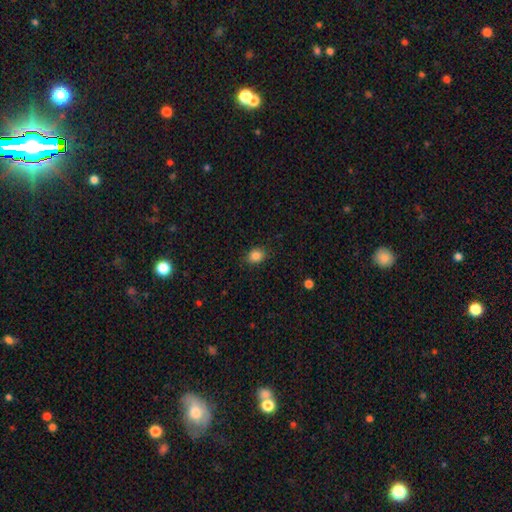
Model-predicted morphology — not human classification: smooth_or_featured: smooth (p=0.85) [alt: star or artifact p=0.10]
how_rounded: in between (p=0.59) [alt: round p=0.40]
merging: none (p=0.84) [alt: minor disturbance p=0.12]